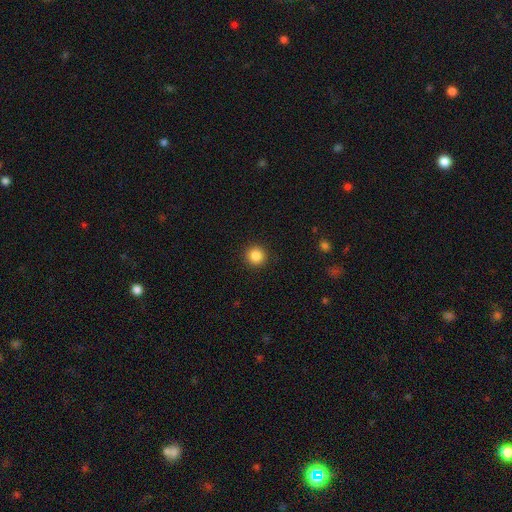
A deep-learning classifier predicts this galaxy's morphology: This appears to be a smooth galaxy with no disk features (85%) that is round (95%). Merging: none (93%).